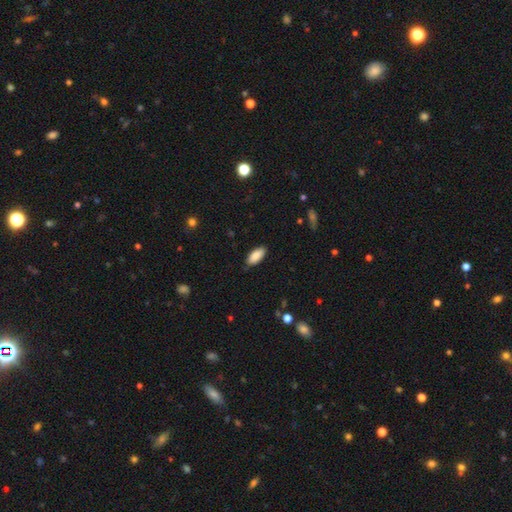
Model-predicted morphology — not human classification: This appears to be a smooth galaxy with no disk features (88%) that is in between round and cigar-shaped (88%). Merging: none (86%).